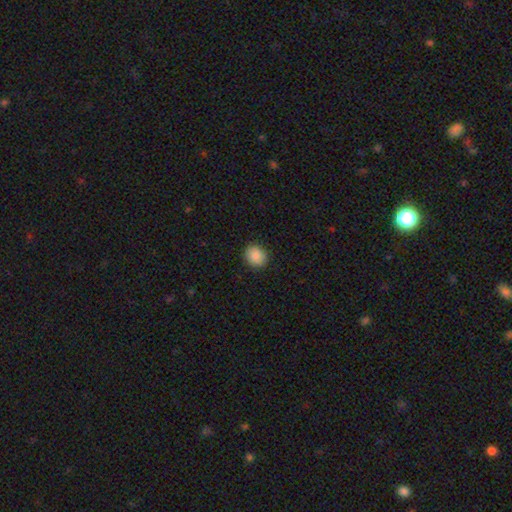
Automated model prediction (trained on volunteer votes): smooth-or-featured: smooth: 89% | star or artifact: 8% | featured or disk: 3%
  how-rounded: round: 75% | in between: 24% | cigar-shaped: 1%
  merging: none: 90% | minor disturbance: 7% | major disturbance: 2% | merger: 1%